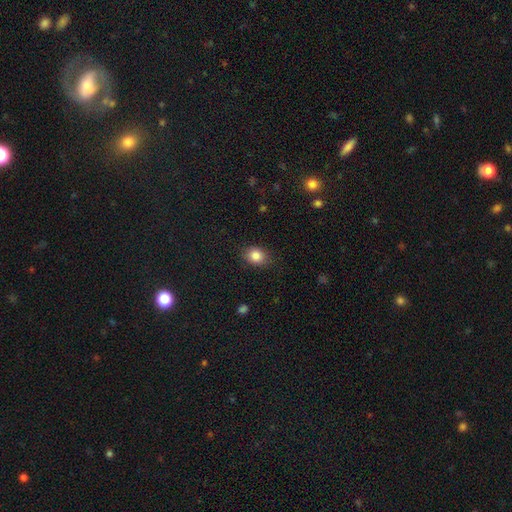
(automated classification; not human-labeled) Smooth or featured? smooth (85%)
How rounded? round (51%)
Merging? none (83%)